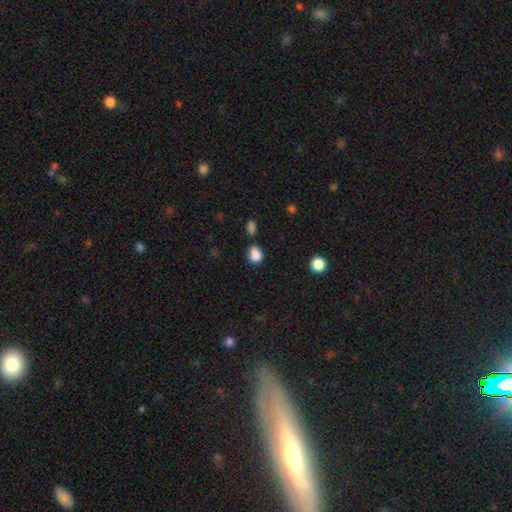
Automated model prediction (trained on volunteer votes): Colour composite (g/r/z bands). It shows a smooth galaxy with no disk features (85%) that is round (51%). Merging: none (67%).